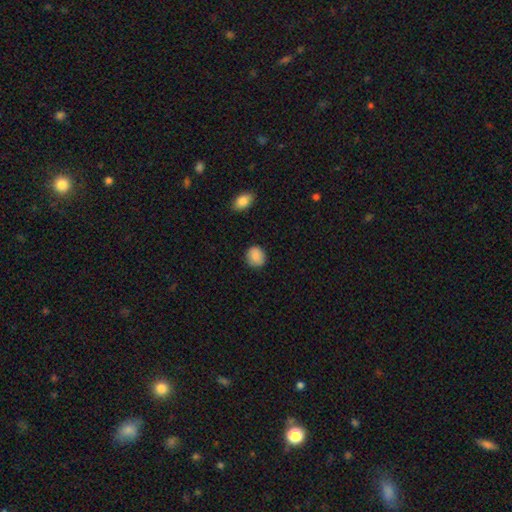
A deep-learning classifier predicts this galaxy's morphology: Smooth or featured?
  - smooth: 89% *
  - star or artifact: 8%
  - featured or disk: 4%
How rounded?
  - round: 81% *
  - in between: 18%
  - cigar-shaped: 1%
Merging?
  - none: 86% *
  - minor disturbance: 10%
  - major disturbance: 2%
  - merger: 1%